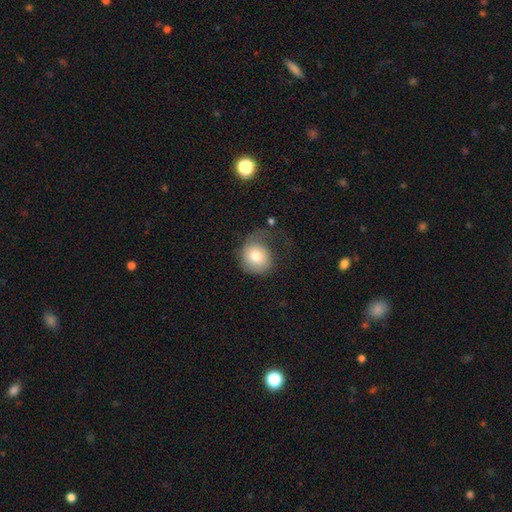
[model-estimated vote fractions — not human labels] smooth-or-featured: smooth: 73% | featured or disk: 19% | star or artifact: 8%
  how-rounded: round: 81% | in between: 18% | cigar-shaped: 1%
  merging: none: 37% (tied) | major disturbance: 37% (tied) | minor disturbance: 24% | merger: 2%